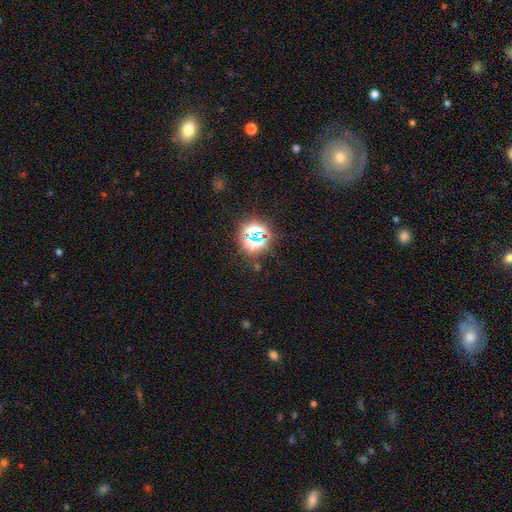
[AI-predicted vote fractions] This is likely a star or artifact rather than a galaxy (63%).